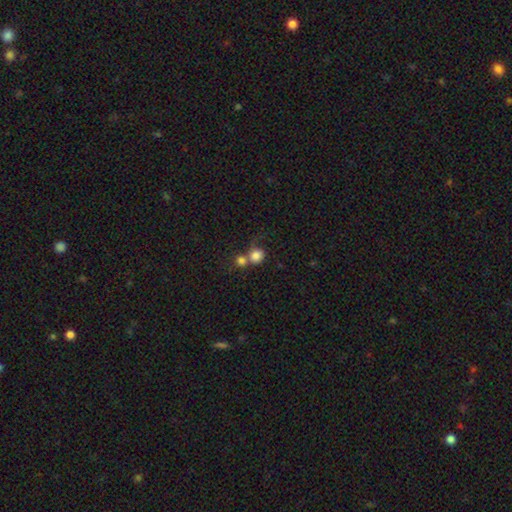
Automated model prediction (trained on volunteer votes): Q: Smooth or featured?
A: smooth (80%); runner-up: featured or disk (10%)
Q: How rounded?
A: round (84%); runner-up: in between (15%)
Q: Merging?
A: merger (52%); runner-up: none (33%)